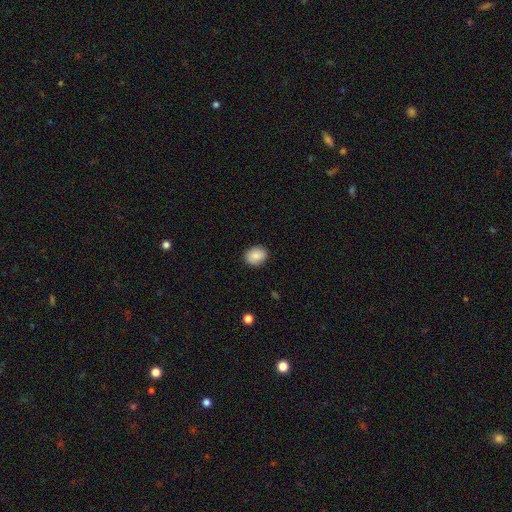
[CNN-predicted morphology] smooth-or-featured: smooth: 87% | star or artifact: 7% | featured or disk: 5%
  how-rounded: in between: 55% | round: 44% | cigar-shaped: 1%
  merging: none: 88% | minor disturbance: 9% | major disturbance: 2% | merger: 1%